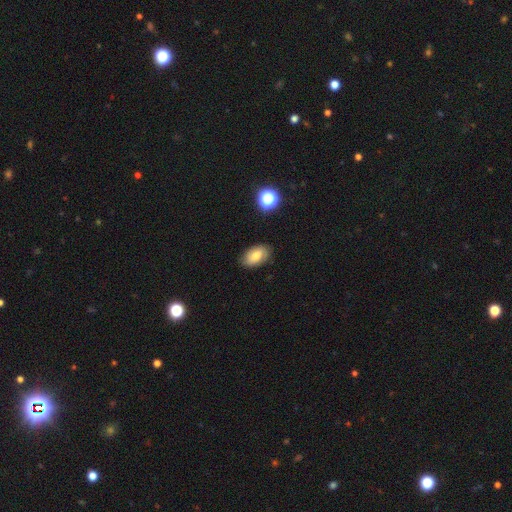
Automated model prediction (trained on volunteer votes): Smooth or featured: smooth — 72% (featured or disk — 18%)
How rounded: in between — 92% (round — 6%)
Merging: none — 82% (minor disturbance — 14%)